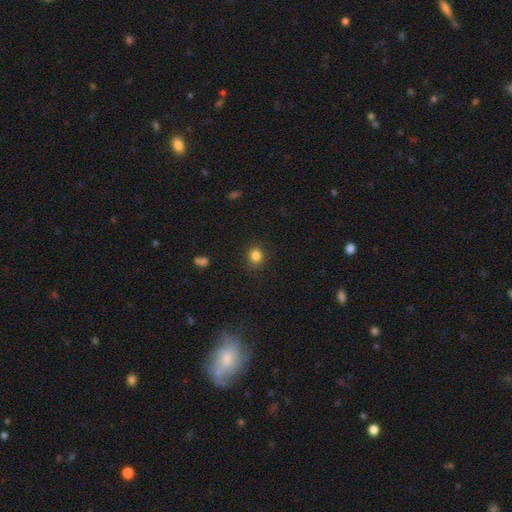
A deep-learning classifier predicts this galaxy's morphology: Smooth or featured? Predicted: smooth (p=0.84). How rounded? Predicted: round (p=0.74). Merging? Predicted: none (p=0.86).